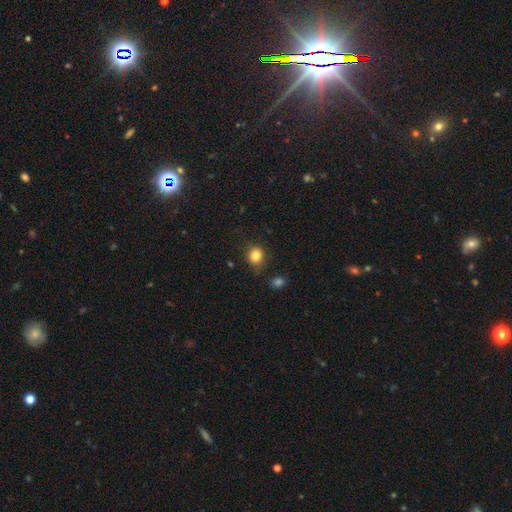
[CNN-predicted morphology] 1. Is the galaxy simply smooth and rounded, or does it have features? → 83% smooth, 11% star or artifact, 6% featured or disk.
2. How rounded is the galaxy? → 75% round, 24% in between, 1% cigar-shaped.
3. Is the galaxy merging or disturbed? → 76% none, 17% minor disturbance, 4% major disturbance, 3% merger.